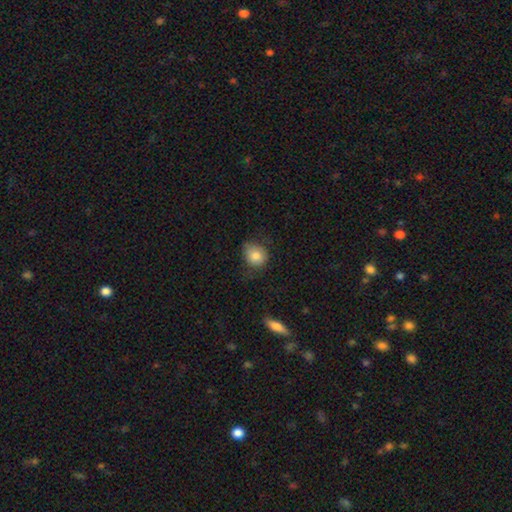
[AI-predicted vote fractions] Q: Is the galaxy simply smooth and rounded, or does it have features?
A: smooth — 82%.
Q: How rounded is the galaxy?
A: round — 72%.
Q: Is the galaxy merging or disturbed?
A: none — 59%.